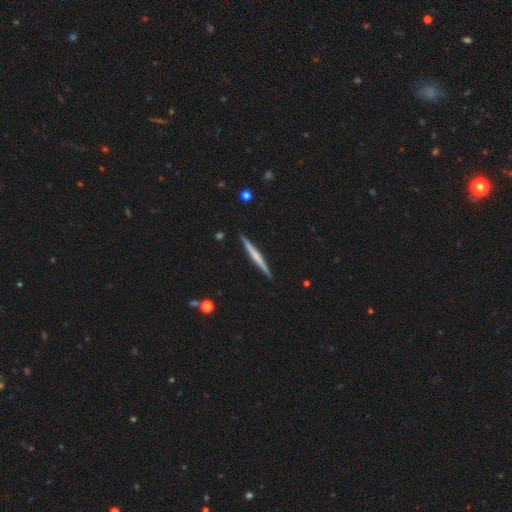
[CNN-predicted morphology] Q: Smooth or featured?
A: featured or disk (57%); runner-up: smooth (38%)
Q: Edge-on disk?
A: yes (98%); runner-up: no (2%)
Q: Edge-on bulge?
A: none (61%); runner-up: rounded (30%)
Q: Merging?
A: none (92%); runner-up: minor disturbance (6%)